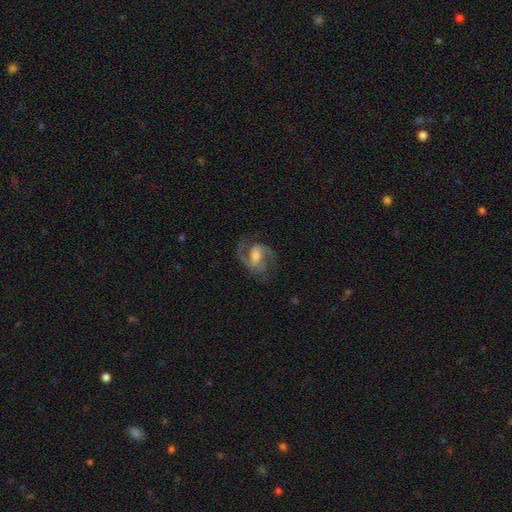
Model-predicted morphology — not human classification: Q: Smooth or featured?
A: featured or disk (86%); runner-up: smooth (8%)
Q: Edge-on disk?
A: no (98%); runner-up: yes (2%)
Q: Bar?
A: weak (50%); runner-up: no (31%)
Q: Spiral arms?
A: yes (96%); runner-up: no (4%)
Q: Spiral winding?
A: medium (56%); runner-up: loose (27%)
Q: Spiral arm count?
A: 2 (76%); runner-up: 3 (10%)
Q: Bulge size?
A: moderate (58%); runner-up: small (28%)
Q: Merging?
A: none (70%); runner-up: minor disturbance (16%)